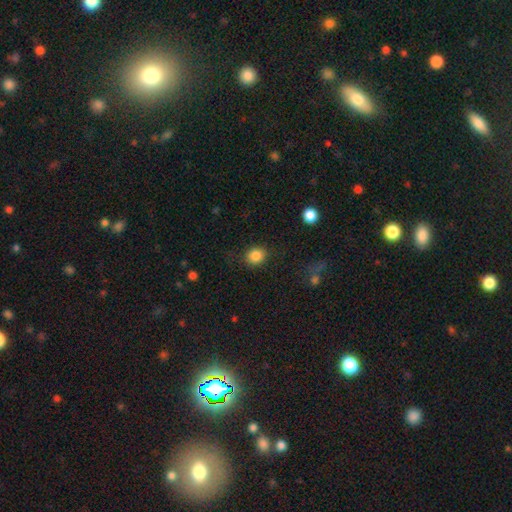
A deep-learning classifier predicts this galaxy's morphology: Overall: smooth (85%). How rounded: round (72%). Merging: none (84%).